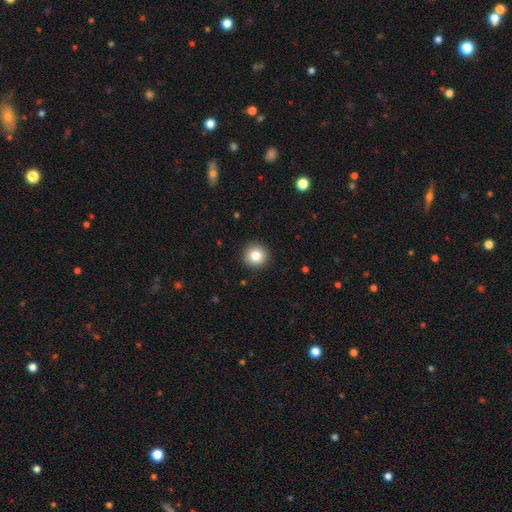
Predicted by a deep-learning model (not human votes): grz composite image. It shows a smooth galaxy with no disk features (83%) that is round (95%). Merging: none (93%).